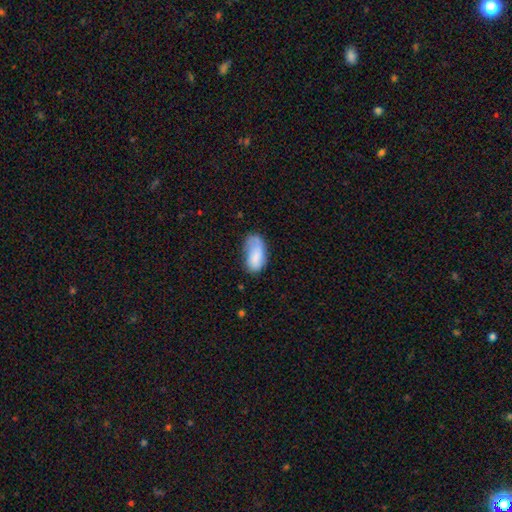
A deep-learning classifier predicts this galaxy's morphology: Overall: smooth (77%). How rounded: in between (94%). Merging: none (38%; minor disturbance 36%).